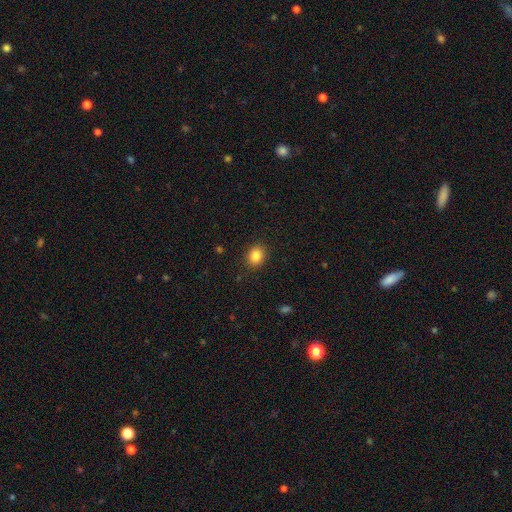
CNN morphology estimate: smooth 86%, star or artifact 10%, featured or disk 4%. Down the decision tree: how rounded — round (61%); merging — none (89%).